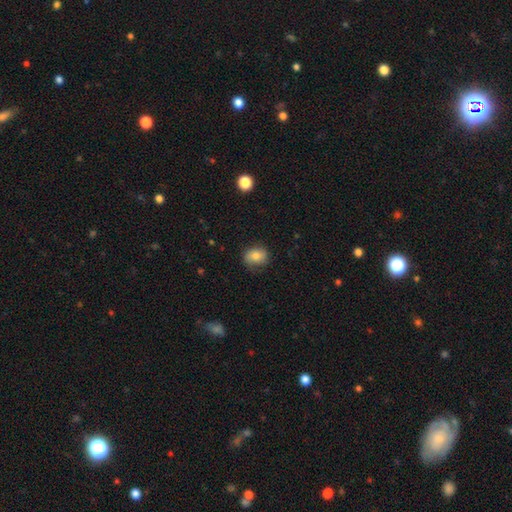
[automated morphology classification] smooth_or_featured: smooth (p=0.78) [alt: featured or disk p=0.13]
how_rounded: round (p=0.51) [alt: in between p=0.48]
merging: none (p=0.74) [alt: minor disturbance p=0.20]